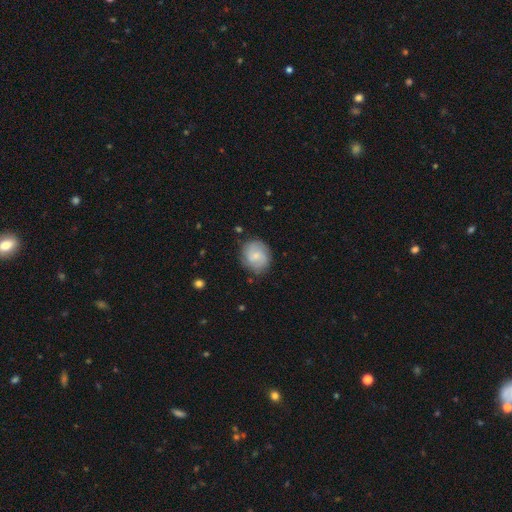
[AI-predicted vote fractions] smooth_or_featured: smooth (p=0.47) [alt: featured or disk p=0.46]
merging: none (p=0.78) [alt: minor disturbance p=0.15]